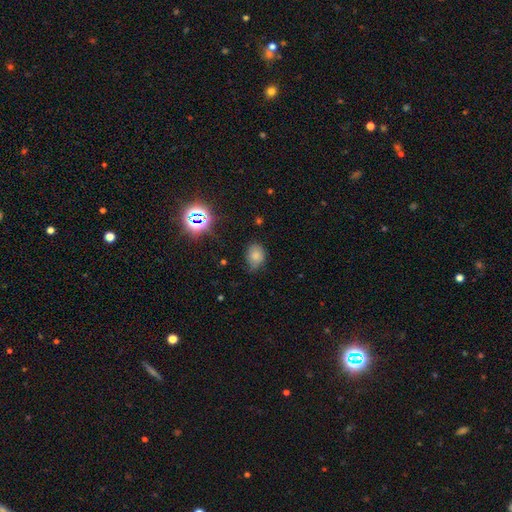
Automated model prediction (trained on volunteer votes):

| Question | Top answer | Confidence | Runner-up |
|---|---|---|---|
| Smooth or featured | smooth | 75% | star or artifact (15%) |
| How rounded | in between | 64% | round (35%) |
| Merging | none | 56% | minor disturbance (34%) |